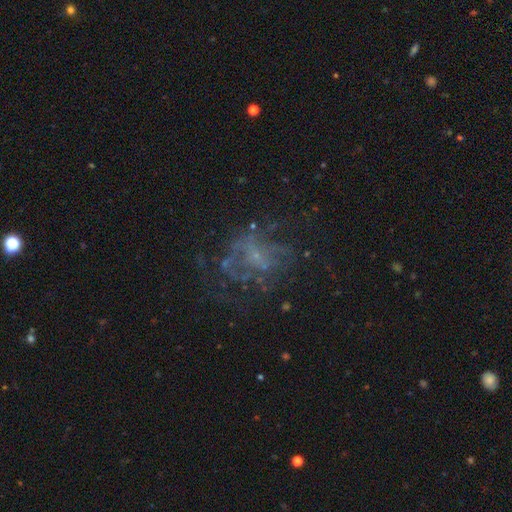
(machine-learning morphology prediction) Smooth or featured? featured or disk (61%)
Edge-on disk? no (98%)
Bar? no (75%)
Spiral arms? no (58%)
Bulge size? small (50%)
Merging? none (52%)